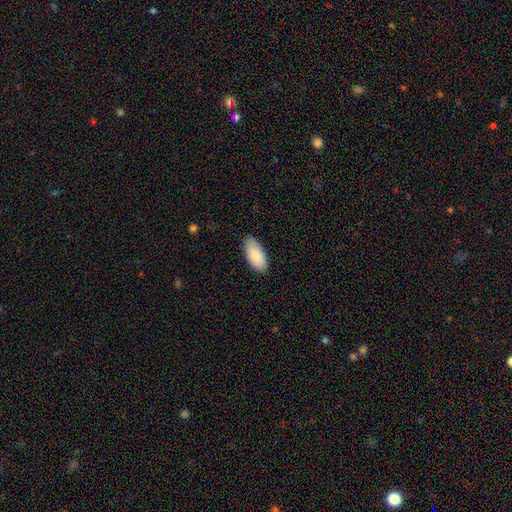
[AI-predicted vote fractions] Smooth or featured: smooth — 87% (featured or disk — 7%)
How rounded: in between — 93% (cigar-shaped — 5%)
Merging: none — 85% (minor disturbance — 12%)